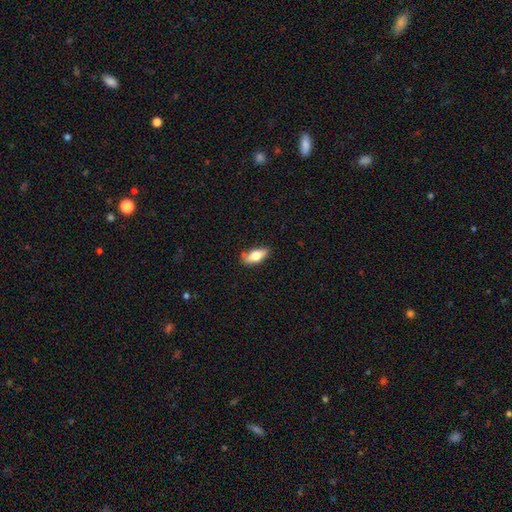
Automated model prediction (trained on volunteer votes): A smooth galaxy with no disk features (70%) that is in between round and cigar-shaped (80%).

Vote fractions:
- Smooth or featured? smooth: 70% / featured or disk: 23% / star or artifact: 7%
- How rounded? in between: 80% / cigar-shaped: 17% / round: 3%
- Merging? none: 71% / minor disturbance: 22% / major disturbance: 4% / merger: 2%